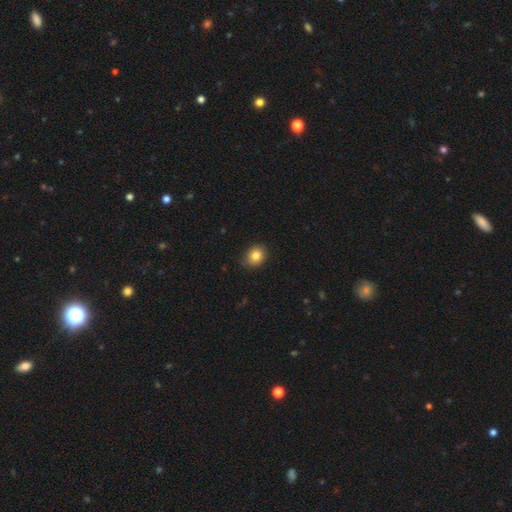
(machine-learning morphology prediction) A smooth galaxy with no disk features (83%) that is round (66%).

Vote fractions:
- Smooth or featured? smooth: 83% / star or artifact: 10% / featured or disk: 6%
- How rounded? round: 66% / in between: 33% / cigar-shaped: 1%
- Merging? none: 83% / minor disturbance: 13% / major disturbance: 2% / merger: 1%